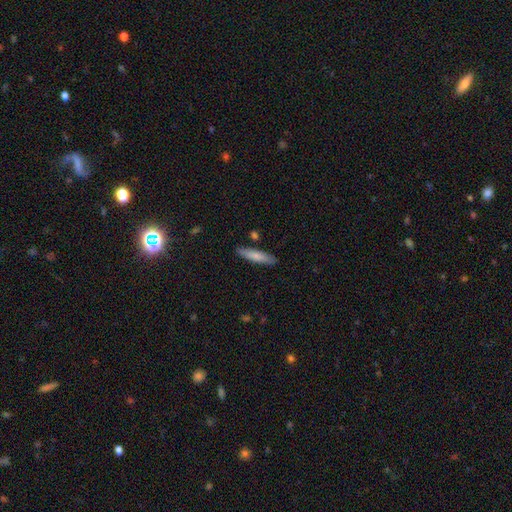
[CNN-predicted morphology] smooth_or_featured: smooth (p=0.75) [alt: featured or disk p=0.19]
how_rounded: cigar-shaped (p=0.84) [alt: in between p=0.15]
merging: none (p=0.86) [alt: minor disturbance p=0.09]